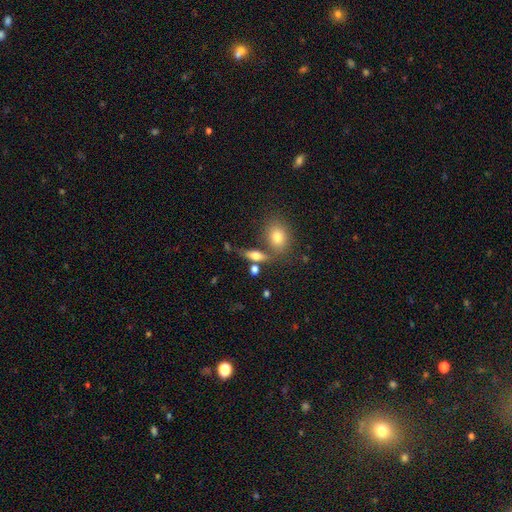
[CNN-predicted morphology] type=smooth (66%); roundness=in between (59%); merging=none (60%).